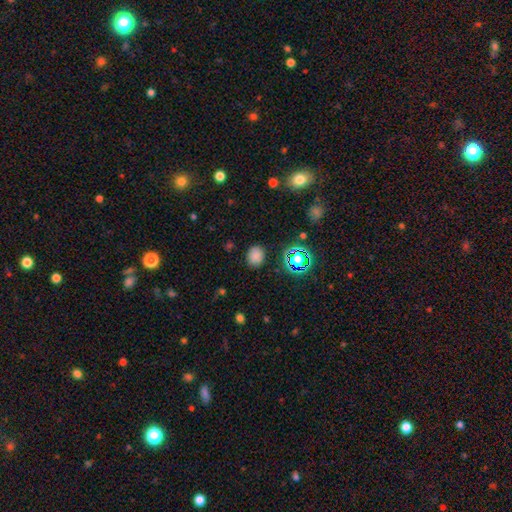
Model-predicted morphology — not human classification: Overall: smooth (76%). How rounded: round (59%; in between 40%). Merging: none (84%).